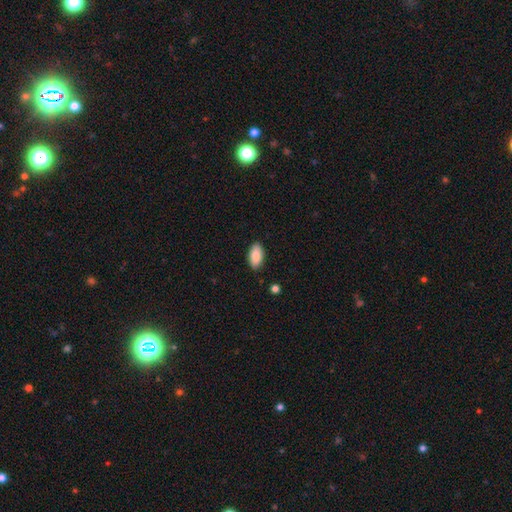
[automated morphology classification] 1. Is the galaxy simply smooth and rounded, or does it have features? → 89% smooth, 6% star or artifact, 5% featured or disk.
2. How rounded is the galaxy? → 94% in between, 3% cigar-shaped, 2% round.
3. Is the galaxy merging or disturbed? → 88% none, 9% minor disturbance, 2% major disturbance, 1% merger.